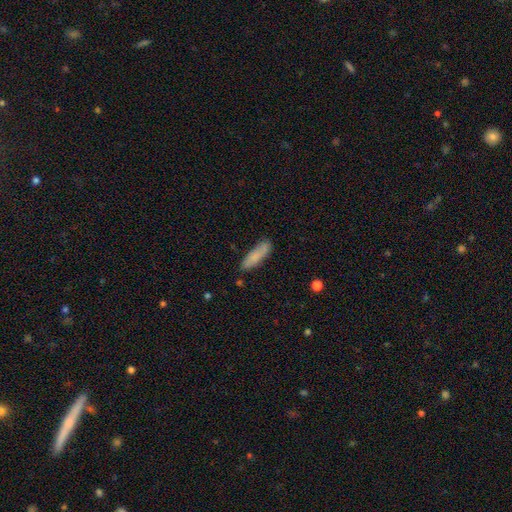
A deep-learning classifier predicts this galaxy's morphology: Overall: smooth (82%). How rounded: cigar-shaped (67%; in between 31%). Merging: none (81%).